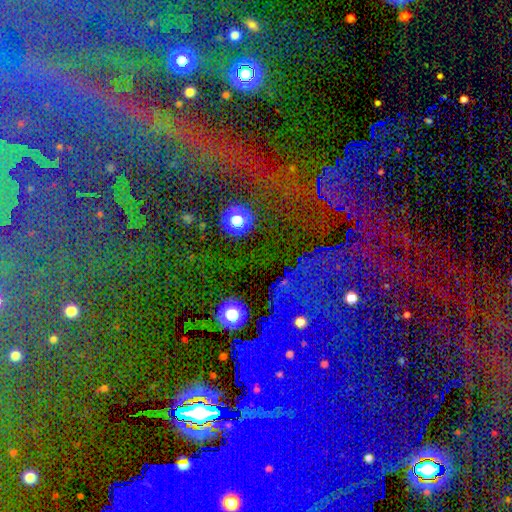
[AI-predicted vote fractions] A star or artifact, not a galaxy (79%).

Vote fractions:
- Smooth or featured? star or artifact: 79% / smooth: 12% / featured or disk: 9%